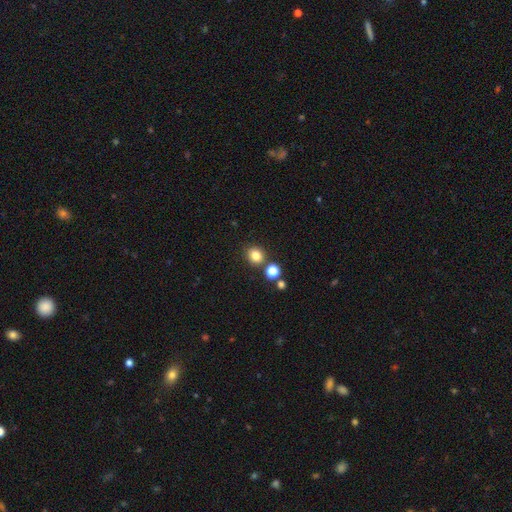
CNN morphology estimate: smooth_or_featured: smooth (p=0.82) [alt: star or artifact p=0.13]
how_rounded: round (p=0.80) [alt: in between p=0.19]
merging: none (p=0.79) [alt: merger p=0.10]